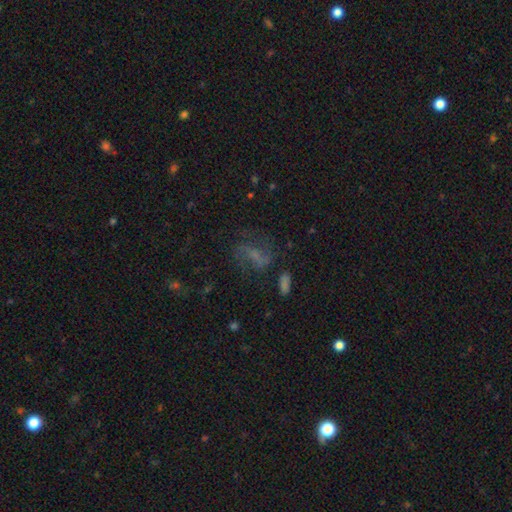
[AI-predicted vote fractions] Q: Smooth or featured?
A: featured or disk (48%); runner-up: smooth (31%)
Q: Merging?
A: none (56%); runner-up: major disturbance (21%)